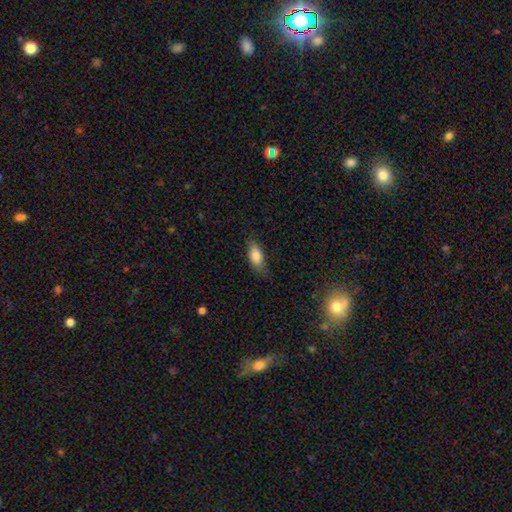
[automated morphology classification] Smooth or featured?
  - smooth: 82% *
  - featured or disk: 11%
  - star or artifact: 7%
How rounded?
  - in between: 85% *
  - cigar-shaped: 12%
  - round: 3%
Merging?
  - none: 74% *
  - minor disturbance: 20%
  - major disturbance: 5%
  - merger: 1%